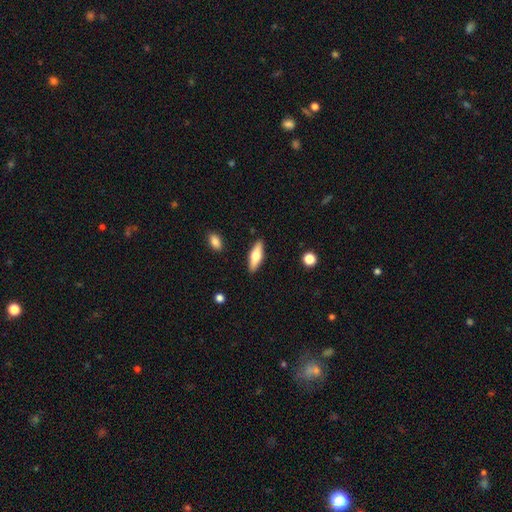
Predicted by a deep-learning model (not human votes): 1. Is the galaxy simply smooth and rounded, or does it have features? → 56% smooth, 38% featured or disk, 6% star or artifact.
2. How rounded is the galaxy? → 49% cigar-shaped (tied), 49% in between (tied), 2% round.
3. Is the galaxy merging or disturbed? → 88% none, 8% minor disturbance, 2% major disturbance, 2% merger.